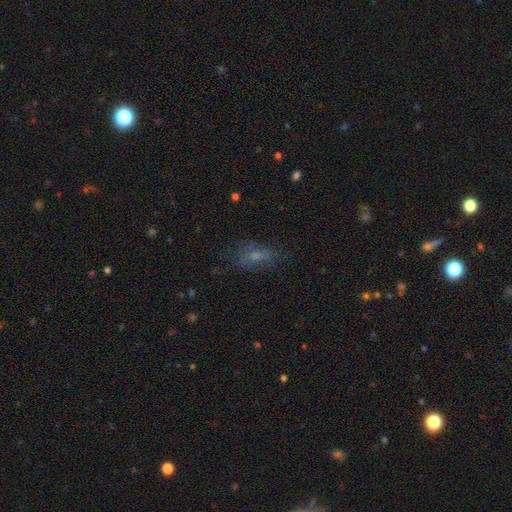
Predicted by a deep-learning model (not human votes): smooth-or-featured: smooth: 55% | featured or disk: 26% | star or artifact: 19%
  how-rounded: in between: 77% | cigar-shaped: 12% | round: 11%
  merging: none: 62% | minor disturbance: 22% | major disturbance: 14% | merger: 2%